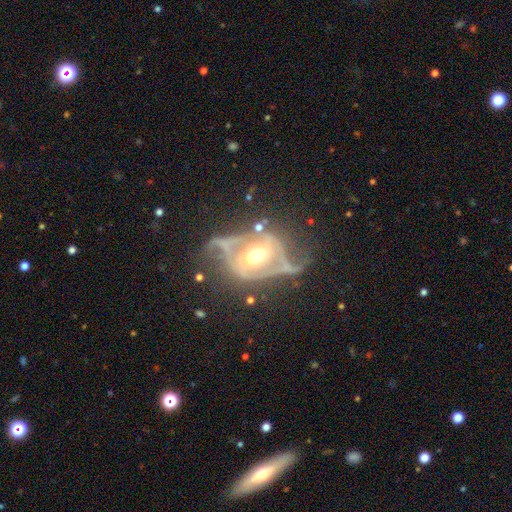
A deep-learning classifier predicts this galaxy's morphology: Smooth or featured?
  - featured or disk: 82% *
  - smooth: 11%
  - star or artifact: 7%
Edge-on disk?
  - no: 92% *
  - yes: 8%
Bar?
  - no: 46% *
  - weak: 32%
  - strong: 22%
Spiral arms?
  - yes: 69% *
  - no: 31%
Spiral winding?
  - medium: 38% * (tied)
  - loose: 38% * (tied)
  - tight: 24%
Spiral arm count?
  - 2: 63% *
  - can't tell: 20%
  - 1: 7%
  - 3: 5%
  - 4: 2%
  - more than 4: 2%
Bulge size?
  - moderate: 72% *
  - large: 16%
  - small: 10%
  - dominant: 1%
  - none: 1%
Merging?
  - major disturbance: 36% *
  - none: 35%
  - minor disturbance: 23%
  - merger: 6%